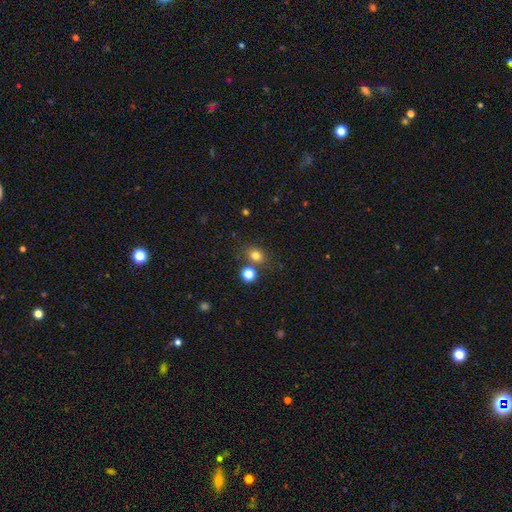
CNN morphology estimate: Overall: smooth (78%). How rounded: round (55%; in between 44%). Merging: none (71%).